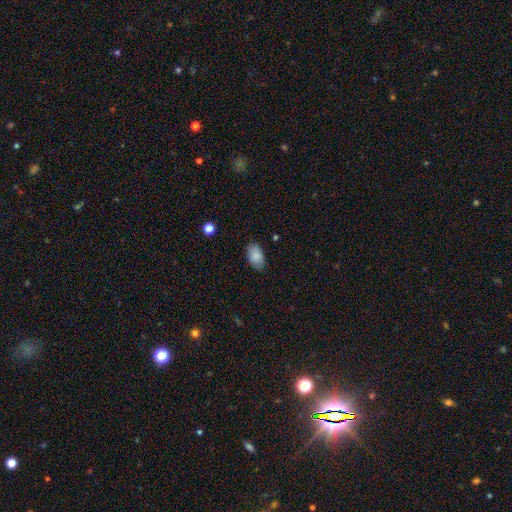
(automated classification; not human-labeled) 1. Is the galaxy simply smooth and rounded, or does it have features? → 87% smooth, 7% star or artifact, 6% featured or disk.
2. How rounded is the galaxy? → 93% in between, 6% round, 1% cigar-shaped.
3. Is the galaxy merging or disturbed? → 85% none, 11% minor disturbance, 3% major disturbance, 1% merger.